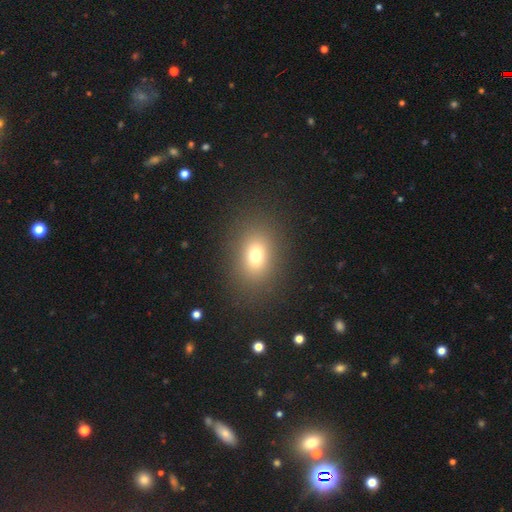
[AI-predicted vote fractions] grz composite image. It shows a smooth galaxy with no disk features (73%) that is in between round and cigar-shaped (65%). Merging: none (86%).